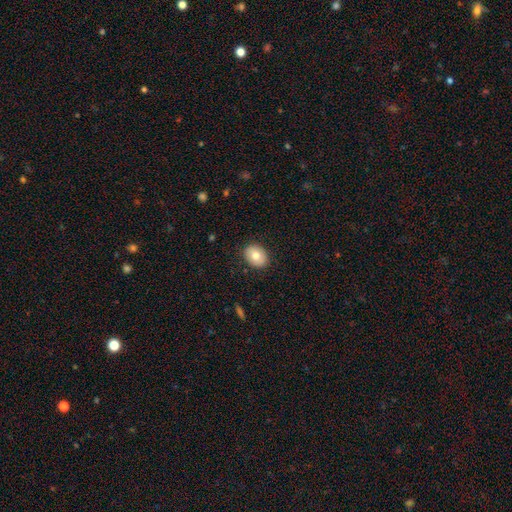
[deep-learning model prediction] A smooth galaxy with no disk features (74%) that is in between round and cigar-shaped (59%). Merging: none (87%).